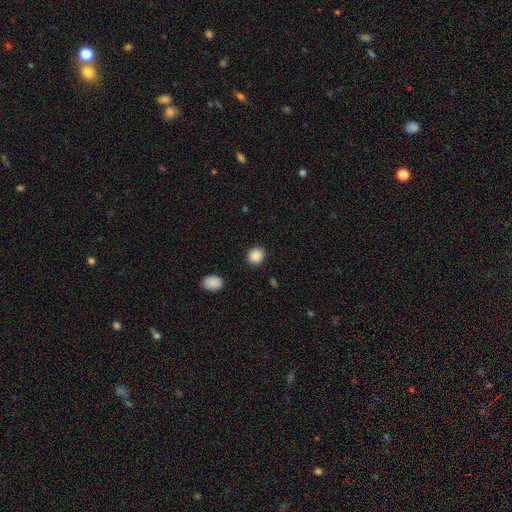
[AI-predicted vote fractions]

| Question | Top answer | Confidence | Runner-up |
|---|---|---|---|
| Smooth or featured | smooth | 88% | star or artifact (9%) |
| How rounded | round | 81% | in between (18%) |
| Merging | none | 90% | minor disturbance (6%) |